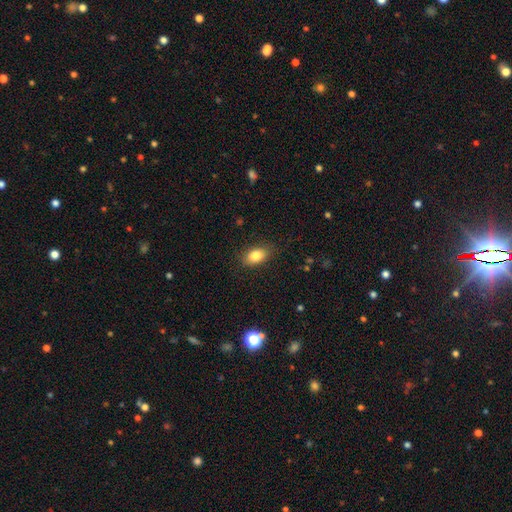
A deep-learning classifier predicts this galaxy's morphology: type=smooth (84%); roundness=in between (87%); merging=none (84%).